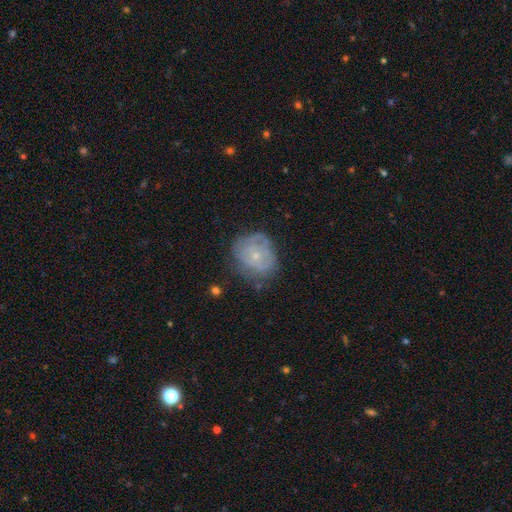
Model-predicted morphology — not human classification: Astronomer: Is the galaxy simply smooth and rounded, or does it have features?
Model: featured or disk — 58% (runner-up: smooth, 33%).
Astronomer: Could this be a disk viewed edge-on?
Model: no — 97%.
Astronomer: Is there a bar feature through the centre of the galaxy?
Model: no — 85%.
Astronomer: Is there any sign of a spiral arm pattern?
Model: yes — 60% (runner-up: no, 40%).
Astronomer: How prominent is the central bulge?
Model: small — 75%.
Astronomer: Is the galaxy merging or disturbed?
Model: none — 59%.